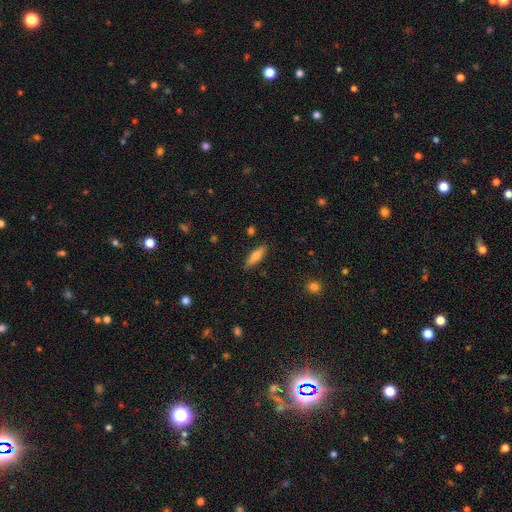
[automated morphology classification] A smooth galaxy with no disk features (66%) that is cigar-shaped (61%).

Vote fractions:
- Smooth or featured? smooth: 66% / featured or disk: 27% / star or artifact: 7%
- How rounded? cigar-shaped: 61% / in between: 37% / round: 2%
- Merging? none: 86% / minor disturbance: 10% / major disturbance: 2% / merger: 2%